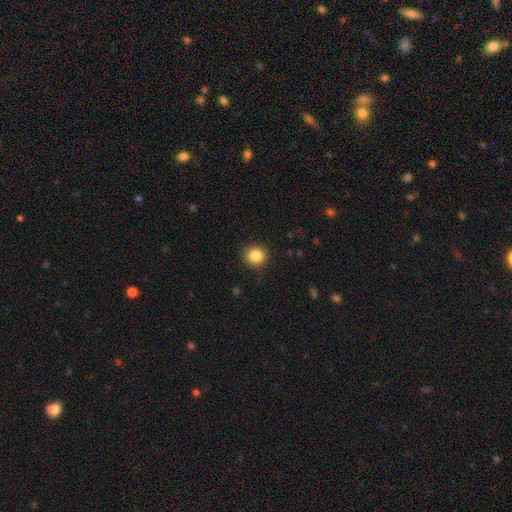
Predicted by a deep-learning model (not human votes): The model was most divided on "smooth or featured": smooth: 85%, star or artifact: 10%, featured or disk: 5%. More confident: how rounded — round (92%); merging — none (90%).